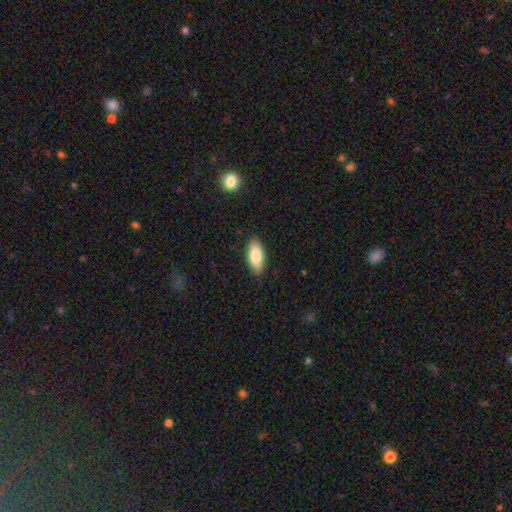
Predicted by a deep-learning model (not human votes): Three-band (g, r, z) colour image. It shows a smooth galaxy with no disk features (83%) that is in between round and cigar-shaped (89%). Merging: none (87%).